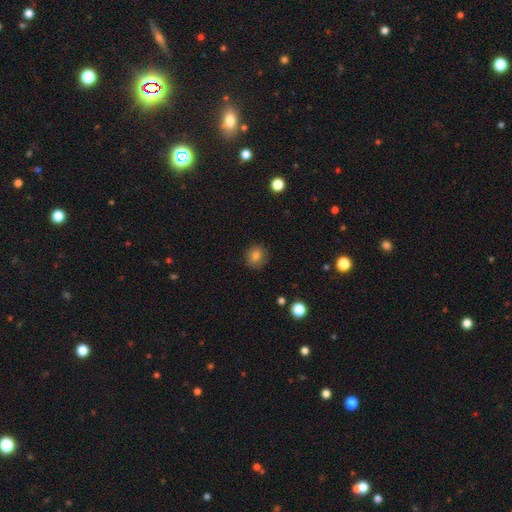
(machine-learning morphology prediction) smooth-or-featured: smooth: 82% | star or artifact: 11% | featured or disk: 7%
  how-rounded: round: 85% | in between: 14% | cigar-shaped: 1%
  merging: none: 88% | minor disturbance: 9% | major disturbance: 3% | merger: 1%